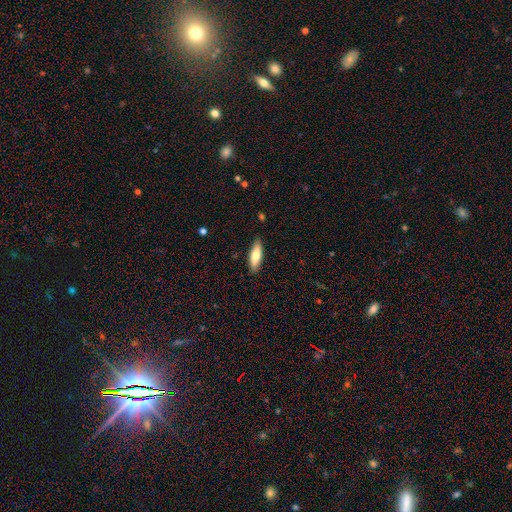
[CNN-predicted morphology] Smooth or featured?
  - smooth: 75% *
  - featured or disk: 19%
  - star or artifact: 6%
How rounded?
  - in between: 51% *
  - cigar-shaped: 47%
  - round: 2%
Merging?
  - none: 87% *
  - minor disturbance: 10%
  - major disturbance: 2%
  - merger: 1%